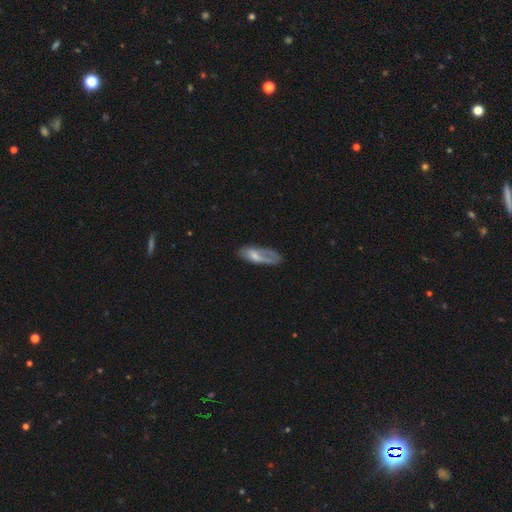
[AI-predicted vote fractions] This appears to be a smooth galaxy with no disk features (54%) that is in between round and cigar-shaped (74%). Merging: none (42%).